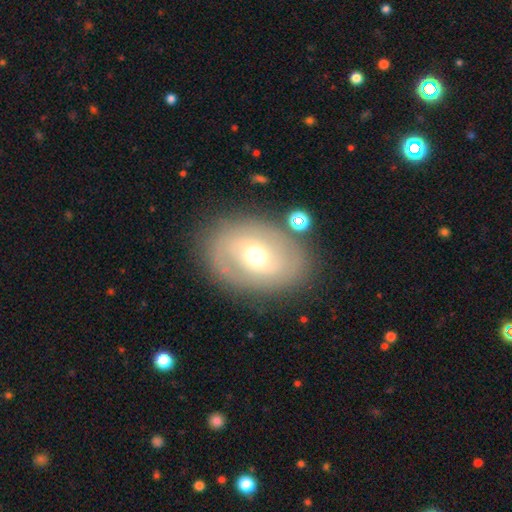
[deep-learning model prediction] Smooth or featured?
  - featured or disk: 64% *
  - smooth: 28%
  - star or artifact: 8%
Edge-on disk?
  - no: 94% *
  - yes: 6%
Bar?
  - no: 50% *
  - weak: 38%
  - strong: 12%
Spiral arms?
  - yes: 65% *
  - no: 35%
Bulge size?
  - moderate: 69% *
  - small: 22%
  - large: 7%
  - dominant: 1%
  - none: 1%
Merging?
  - none: 77% *
  - minor disturbance: 14%
  - major disturbance: 6%
  - merger: 4%